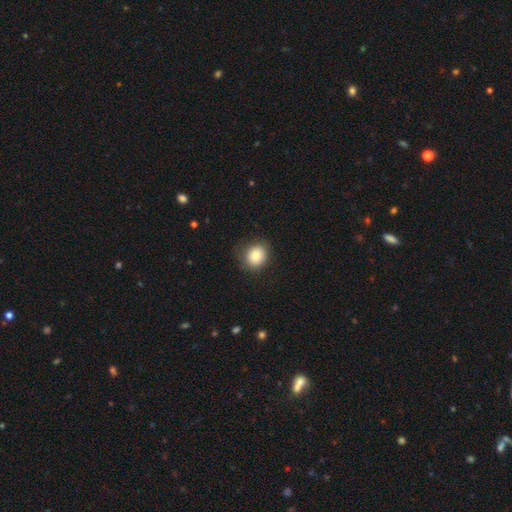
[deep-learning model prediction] Morphology: type=smooth (83%); roundness=round (73%); merging=none (81%).